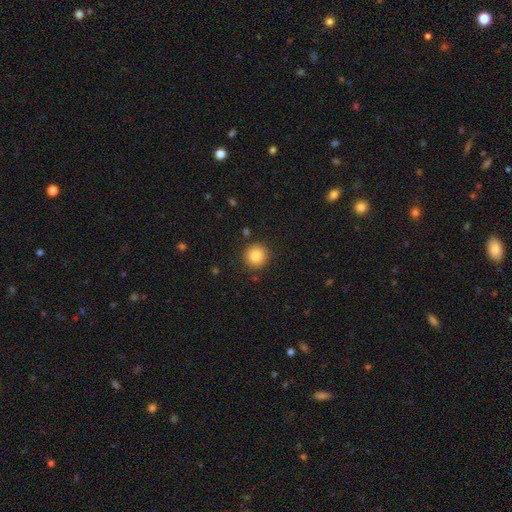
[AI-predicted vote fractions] Overall: smooth (86%). How rounded: round (94%). Merging: none (89%).